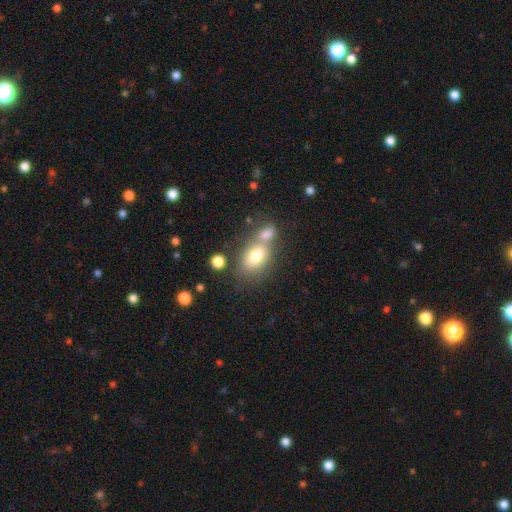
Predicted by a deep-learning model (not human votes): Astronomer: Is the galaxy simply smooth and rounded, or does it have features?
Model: smooth — 75%.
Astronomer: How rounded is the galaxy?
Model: in between — 78%.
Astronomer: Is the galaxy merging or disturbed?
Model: merger — 44% (runner-up: none, 40%).